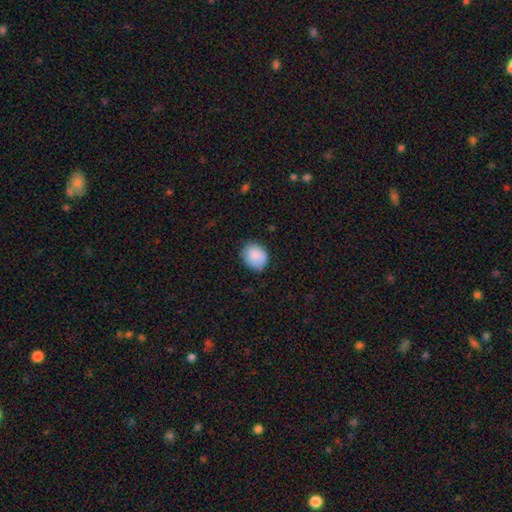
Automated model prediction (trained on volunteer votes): A smooth galaxy with no disk features (88%) that is round (65%).

Vote fractions:
- Smooth or featured? smooth: 88% / star or artifact: 7% / featured or disk: 5%
- How rounded? round: 65% / in between: 34% / cigar-shaped: 1%
- Merging? none: 75% / minor disturbance: 20% / major disturbance: 4% / merger: 1%